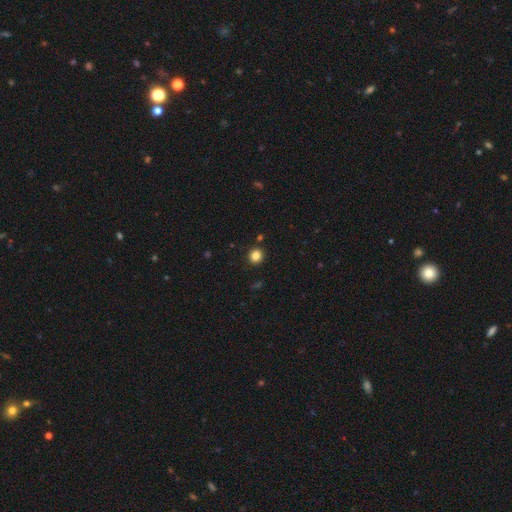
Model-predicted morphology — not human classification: type=smooth (84%); roundness=round (87%); merging=none (91%).